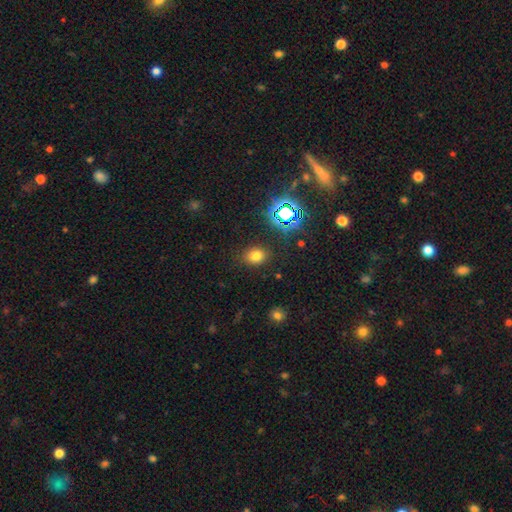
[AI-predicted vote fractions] This appears to be a smooth galaxy with no disk features (72%) that is in between round and cigar-shaped (51%). Merging: none (85%).